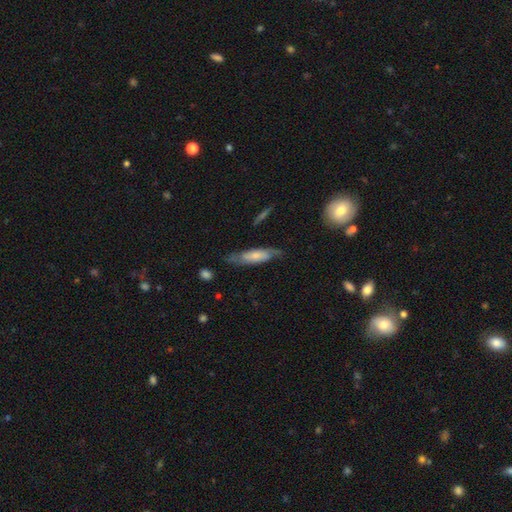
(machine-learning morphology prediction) This is possibly a smooth galaxy (50%). How rounded: likely cigar-shaped (62%). Merging: likely none (67%).